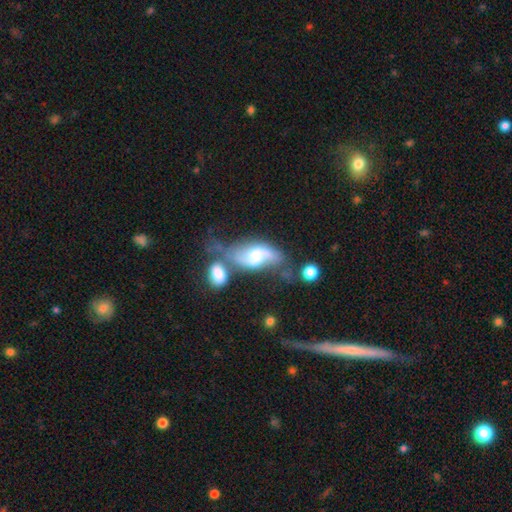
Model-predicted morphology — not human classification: Q: Smooth or featured?
A: featured or disk (74%); runner-up: smooth (19%)
Q: Edge-on disk?
A: no (92%); runner-up: yes (8%)
Q: Bar?
A: no (43%); runner-up: weak (42%)
Q: Spiral arms?
A: yes (90%); runner-up: no (10%)
Q: Spiral winding?
A: loose (67%); runner-up: medium (25%)
Q: Spiral arm count?
A: 2 (88%); runner-up: can't tell (6%)
Q: Bulge size?
A: moderate (44%); runner-up: small (30%)
Q: Merging?
A: merger (35%); runner-up: none (31%)